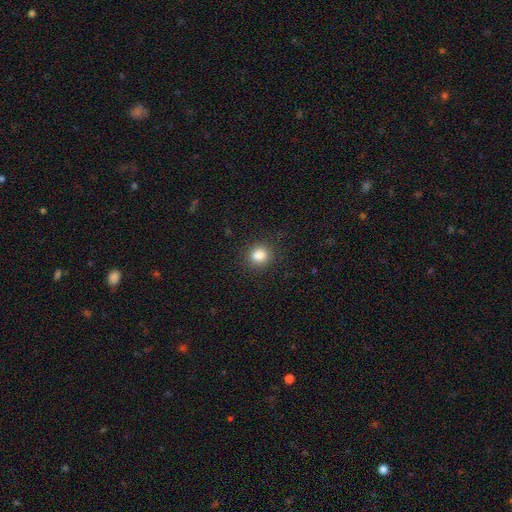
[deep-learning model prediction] This is clearly a smooth galaxy (83%). How rounded: likely round (78%). Merging: clearly none (82%).